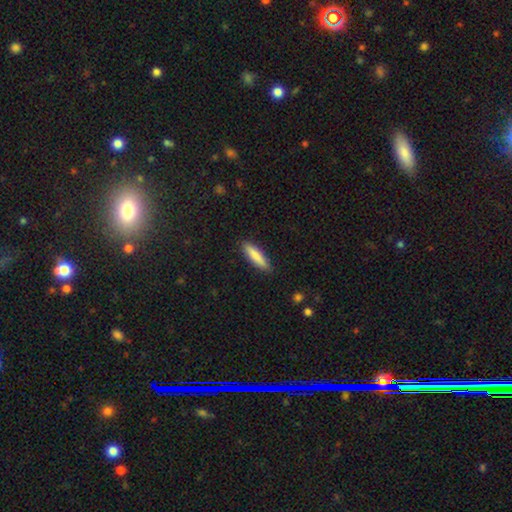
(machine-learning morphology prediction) smooth_or_featured: smooth (p=0.83) [alt: featured or disk p=0.12]
how_rounded: cigar-shaped (p=0.77) [alt: in between p=0.21]
merging: none (p=0.89) [alt: minor disturbance p=0.08]